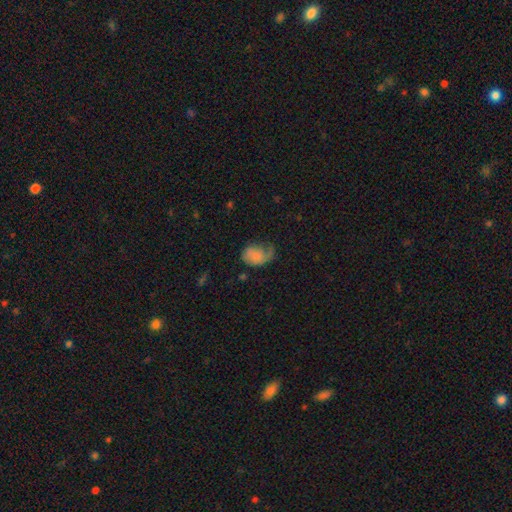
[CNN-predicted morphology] The model was most divided on "merging": major disturbance: 34%, minor disturbance: 33%, none: 31%, merger: 2%. More confident: how rounded — in between (70%); smooth or featured — smooth (57%).